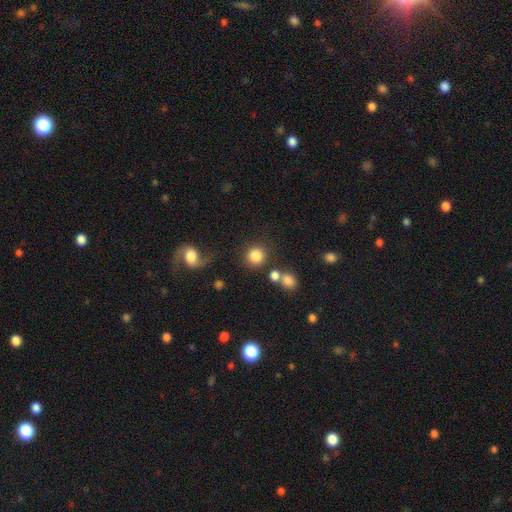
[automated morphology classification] A smooth galaxy with no disk features (84%) that is round (91%). Merging: none (74%).